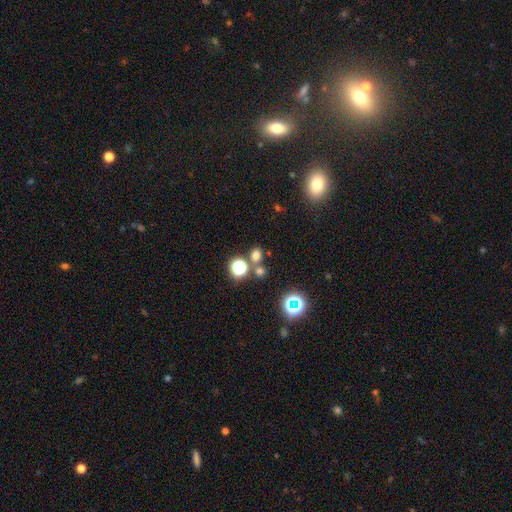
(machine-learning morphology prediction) This is likely a smooth galaxy (66%). How rounded: likely round (67%). Merging: likely none (68%).